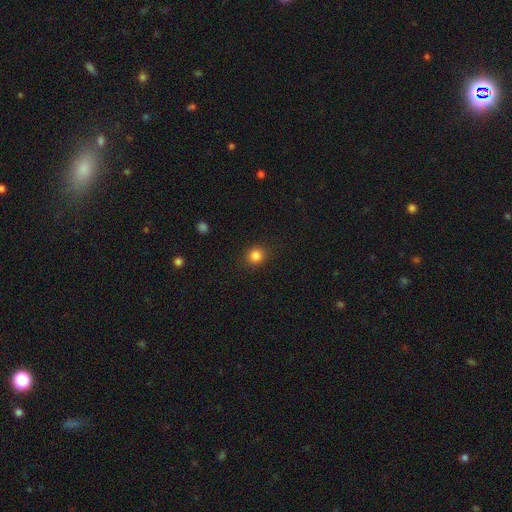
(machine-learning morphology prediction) Smooth or featured: smooth — 84% (star or artifact — 12%)
How rounded: round — 84% (in between — 15%)
Merging: none — 89% (minor disturbance — 7%)